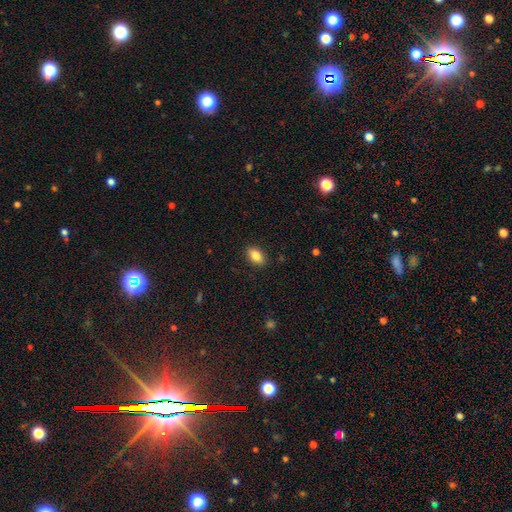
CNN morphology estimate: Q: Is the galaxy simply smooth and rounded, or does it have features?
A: smooth — 85%.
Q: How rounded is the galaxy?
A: in between — 90%.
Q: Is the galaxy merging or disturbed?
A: none — 89%.